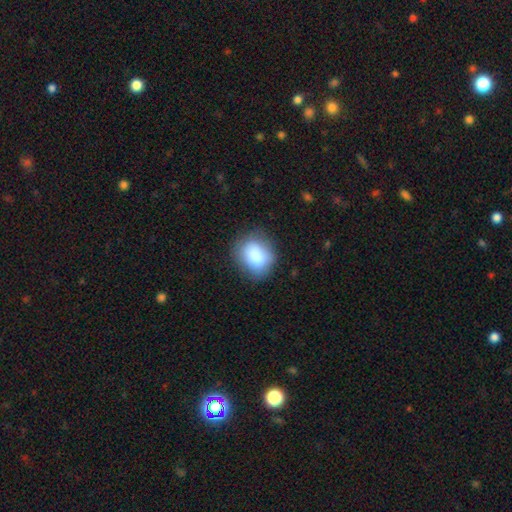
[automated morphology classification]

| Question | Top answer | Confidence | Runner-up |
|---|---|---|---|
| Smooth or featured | smooth | 85% | star or artifact (8%) |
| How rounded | round | 56% | in between (43%) |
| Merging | none | 75% | minor disturbance (18%) |